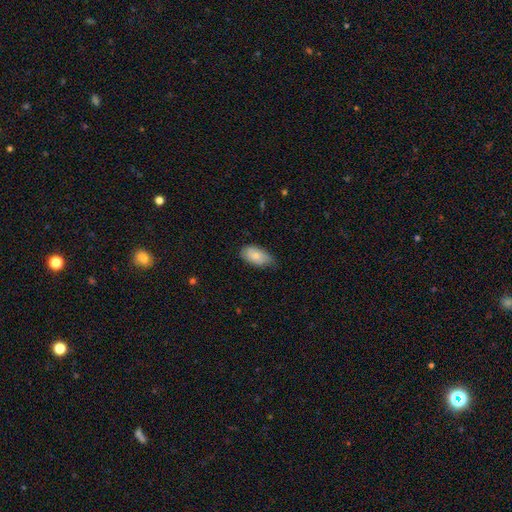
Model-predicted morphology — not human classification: smooth-or-featured: smooth: 75% | featured or disk: 19% | star or artifact: 6%
  how-rounded: in between: 93% | round: 4% | cigar-shaped: 3%
  merging: none: 61% | minor disturbance: 33% | major disturbance: 5% | merger: 1%